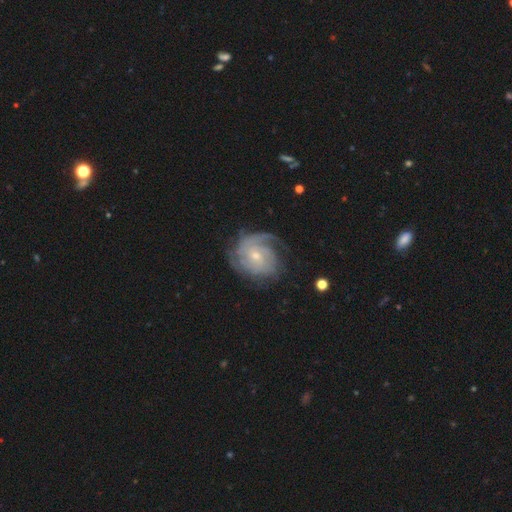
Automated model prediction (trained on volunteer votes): Smooth or featured?
  - featured or disk: 85% *
  - smooth: 10%
  - star or artifact: 5%
Edge-on disk?
  - no: 98% *
  - yes: 2%
Bar?
  - no: 60% *
  - weak: 34%
  - strong: 6%
Spiral arms?
  - yes: 96% *
  - no: 4%
Spiral winding?
  - tight: 62% *
  - medium: 29%
  - loose: 9%
Spiral arm count?
  - can't tell: 32% *
  - 2: 26%
  - 3: 21%
  - 1: 8%
  - 4: 8%
  - more than 4: 6%
Bulge size?
  - small: 61% *
  - moderate: 35%
  - none: 2%
  - large: 2%
  - dominant: 1%
Merging?
  - none: 66% *
  - minor disturbance: 20%
  - major disturbance: 12%
  - merger: 2%